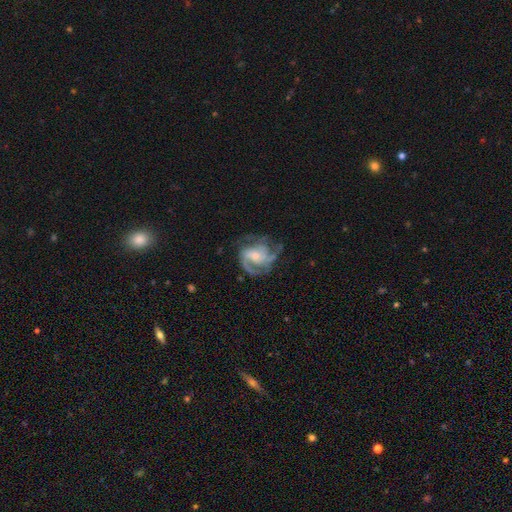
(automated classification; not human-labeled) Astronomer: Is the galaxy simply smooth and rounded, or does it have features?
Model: featured or disk — 82%.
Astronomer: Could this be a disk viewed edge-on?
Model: no — 98%.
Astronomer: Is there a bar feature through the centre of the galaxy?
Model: no — 59%.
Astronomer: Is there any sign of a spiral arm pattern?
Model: yes — 93%.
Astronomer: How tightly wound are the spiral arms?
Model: medium — 47% (runner-up: tight, 35%).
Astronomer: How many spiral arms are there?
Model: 3 — 34% (runner-up: 2, 25%).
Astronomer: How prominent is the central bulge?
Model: small — 59%.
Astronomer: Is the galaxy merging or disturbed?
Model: none — 56%.